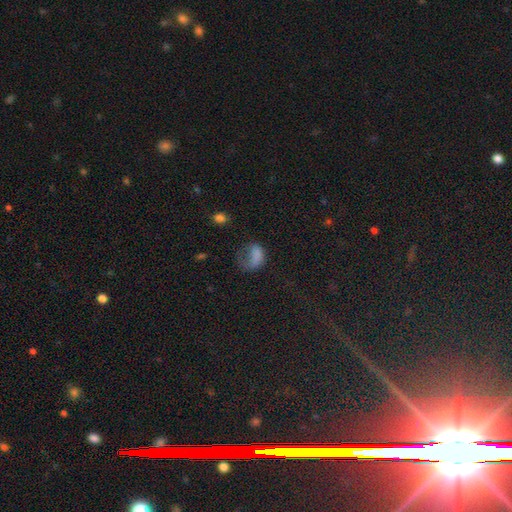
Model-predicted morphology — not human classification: This appears to be a smooth galaxy with no disk features (66%) that is in between round and cigar-shaped (71%). Merging: major disturbance (54%).